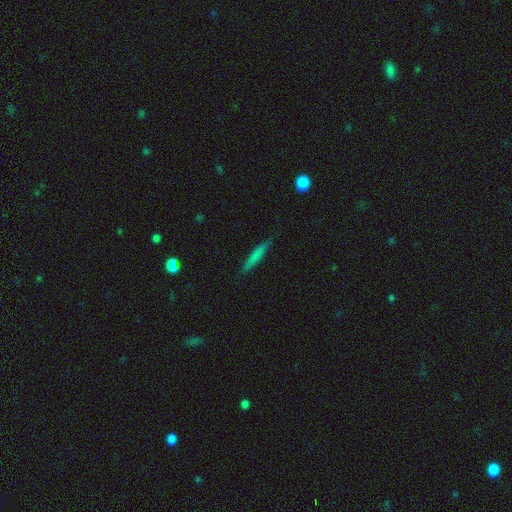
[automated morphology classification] Smooth or featured? smooth (68%)
How rounded? cigar-shaped (94%)
Merging? none (86%)